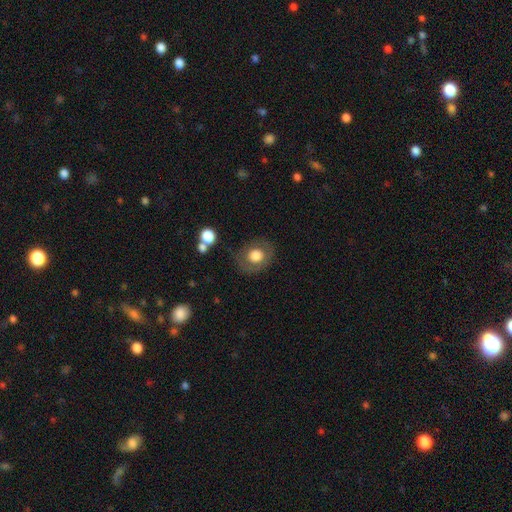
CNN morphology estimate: Smooth or featured?
  - smooth: 68% *
  - featured or disk: 24%
  - star or artifact: 8%
How rounded?
  - round: 68% *
  - in between: 31%
  - cigar-shaped: 1%
Merging?
  - none: 78% *
  - minor disturbance: 13%
  - major disturbance: 6%
  - merger: 3%